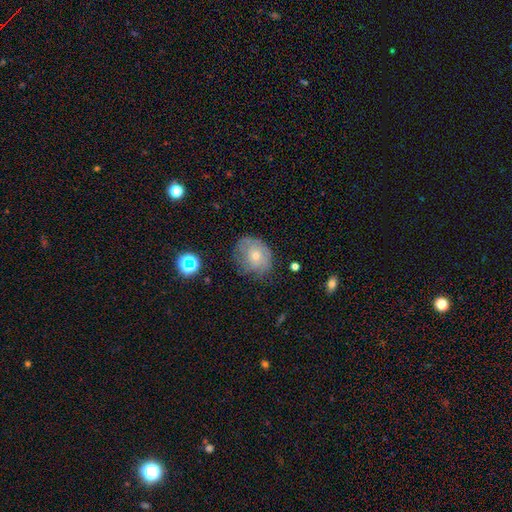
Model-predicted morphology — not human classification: A smooth galaxy with no disk features (46%). Merging: none (62%).